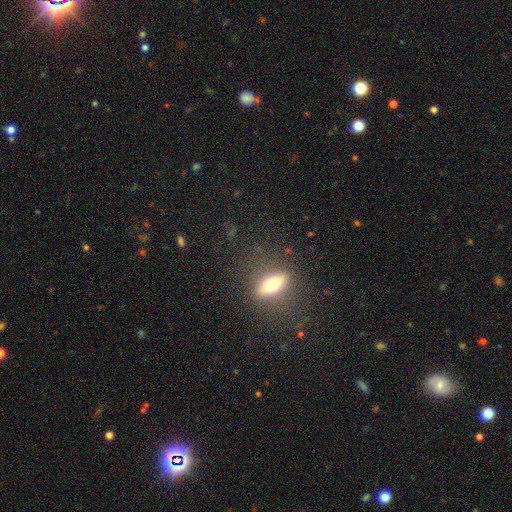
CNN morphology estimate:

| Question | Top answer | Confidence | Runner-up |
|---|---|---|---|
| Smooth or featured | featured or disk | 41% | smooth (39%) |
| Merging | none | 83% | minor disturbance (10%) |